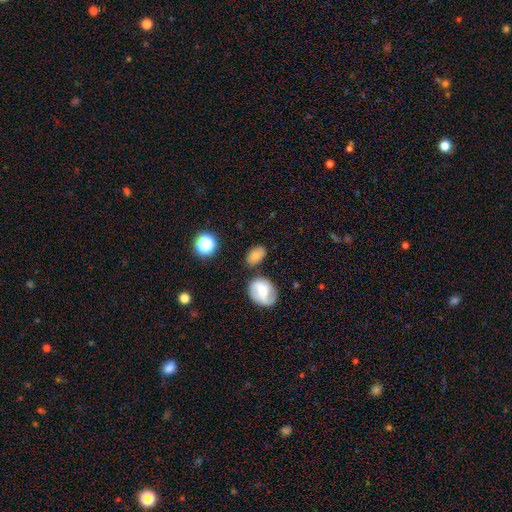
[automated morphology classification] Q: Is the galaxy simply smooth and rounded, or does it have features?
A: smooth — 74%.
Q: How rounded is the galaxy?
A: in between — 78%.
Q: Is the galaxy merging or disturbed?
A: none — 72%.